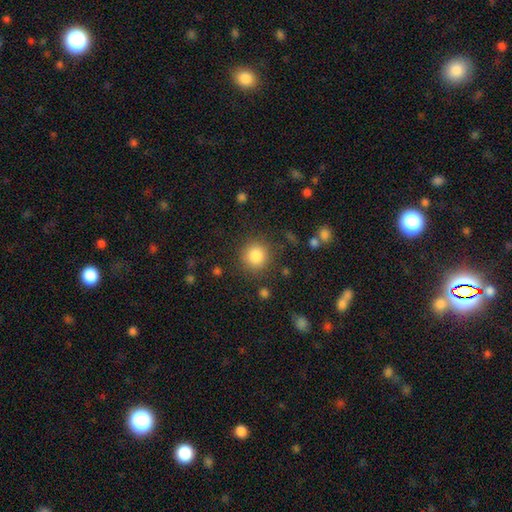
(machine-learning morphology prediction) The model was most divided on "smooth or featured": smooth: 85%, star or artifact: 10%, featured or disk: 5%. More confident: how rounded — round (92%); merging — none (86%).